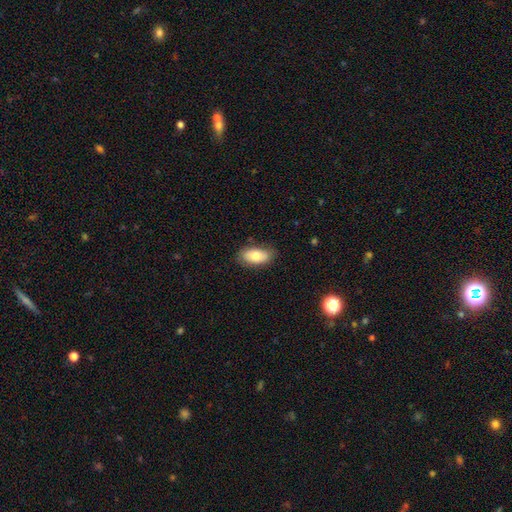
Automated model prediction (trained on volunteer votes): Smooth or featured: smooth — 76% (featured or disk — 18%)
How rounded: in between — 93% (cigar-shaped — 4%)
Merging: none — 80% (minor disturbance — 16%)